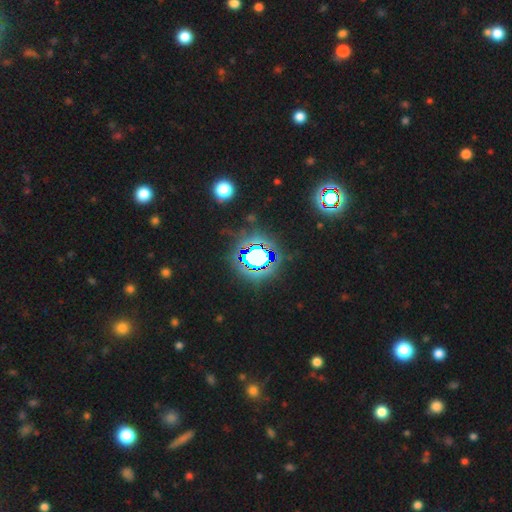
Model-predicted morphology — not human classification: Smooth or featured: star or artifact — 71% (smooth — 17%)